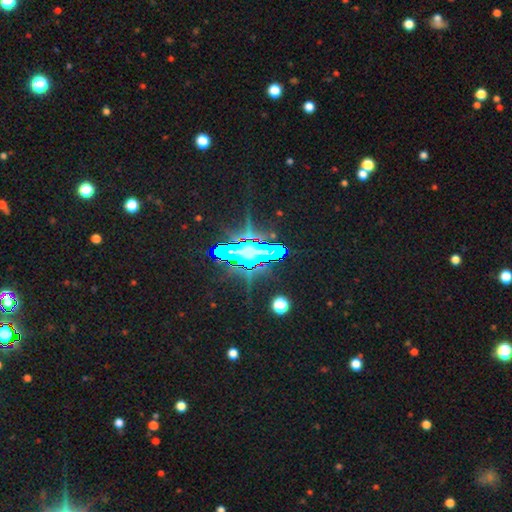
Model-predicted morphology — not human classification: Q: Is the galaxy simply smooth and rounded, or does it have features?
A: star or artifact — 61%.